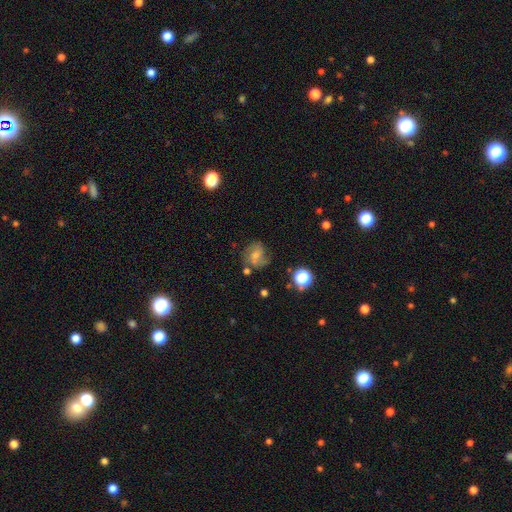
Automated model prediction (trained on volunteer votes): This is marginally a smooth galaxy (44%). Merging: possibly none (54%).